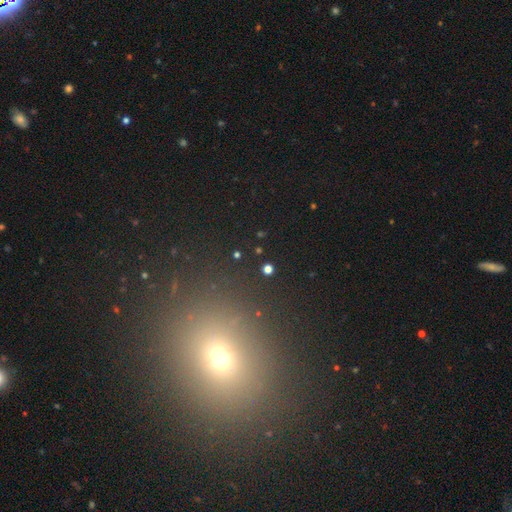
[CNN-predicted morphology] Smooth or featured? Predicted: smooth (p=0.50). Merging? Predicted: none (p=0.88).